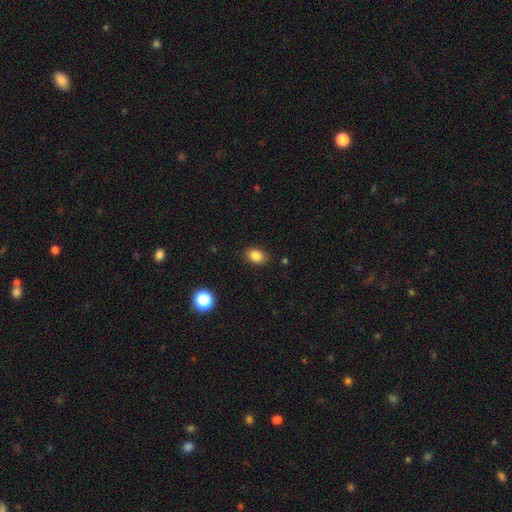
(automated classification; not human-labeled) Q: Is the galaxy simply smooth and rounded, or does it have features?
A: smooth — 85%.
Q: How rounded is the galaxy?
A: in between — 75%.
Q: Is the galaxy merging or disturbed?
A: none — 86%.